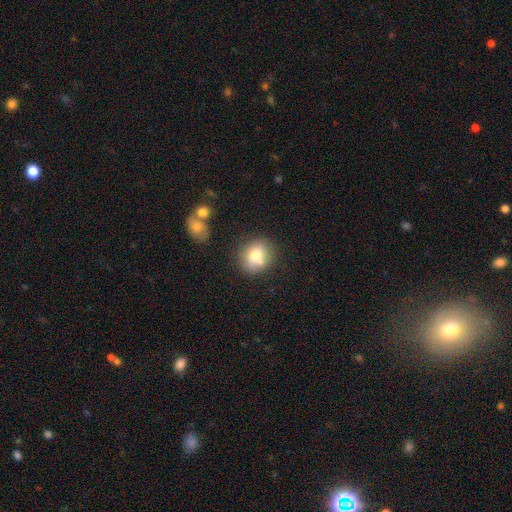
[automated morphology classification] A smooth galaxy with no disk features (75%) that is round (70%).

Vote fractions:
- Smooth or featured? smooth: 75% / featured or disk: 16% / star or artifact: 9%
- How rounded? round: 70% / in between: 29% / cigar-shaped: 1%
- Merging? none: 65% / minor disturbance: 17% / merger: 14% / major disturbance: 4%